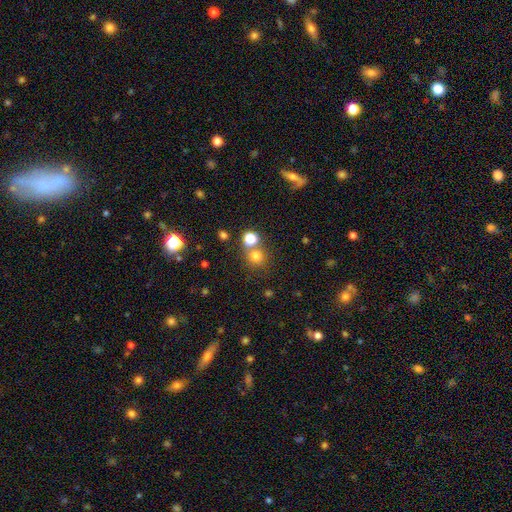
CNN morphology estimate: Overall: smooth (74%). How rounded: round (89%). Merging: none (65%).